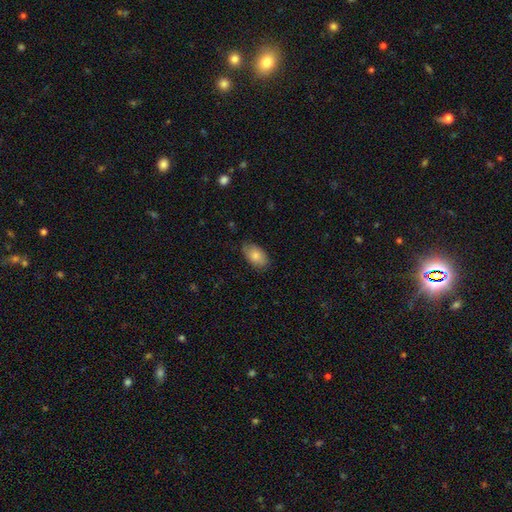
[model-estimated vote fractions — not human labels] Morphology: type=smooth (82%); roundness=in between (93%); merging=none (78%).